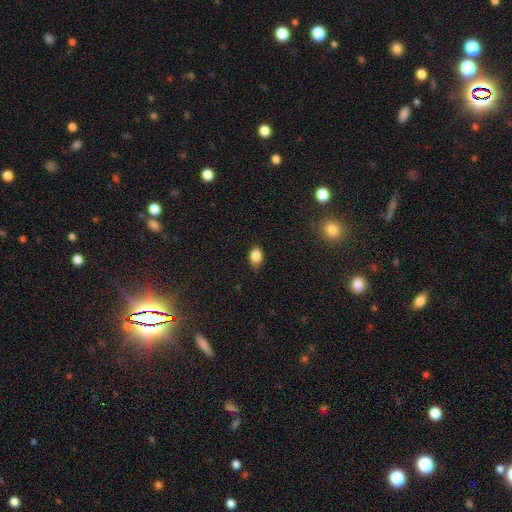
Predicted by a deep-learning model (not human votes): A smooth galaxy with no disk features (86%) that is in between round and cigar-shaped (79%). Merging: none (78%).